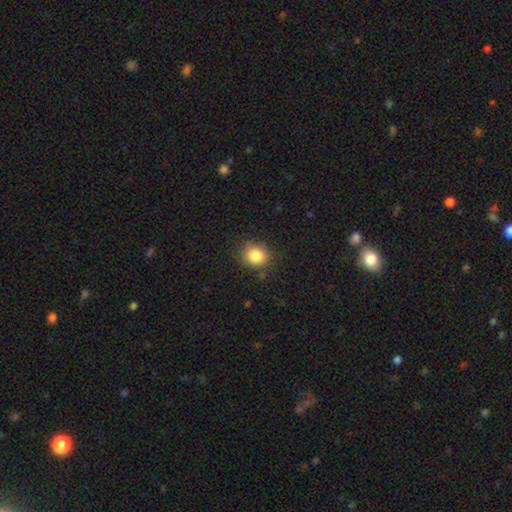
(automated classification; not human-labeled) smooth_or_featured: smooth (p=0.84) [alt: star or artifact p=0.11]
how_rounded: round (p=0.77) [alt: in between p=0.22]
merging: none (p=0.83) [alt: minor disturbance p=0.12]